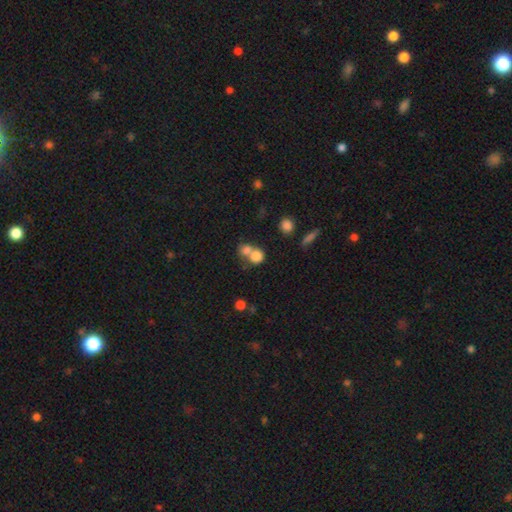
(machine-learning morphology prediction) Q: Smooth or featured?
A: smooth (77%); runner-up: star or artifact (12%)
Q: How rounded?
A: round (80%); runner-up: in between (19%)
Q: Merging?
A: merger (56%); runner-up: none (35%)